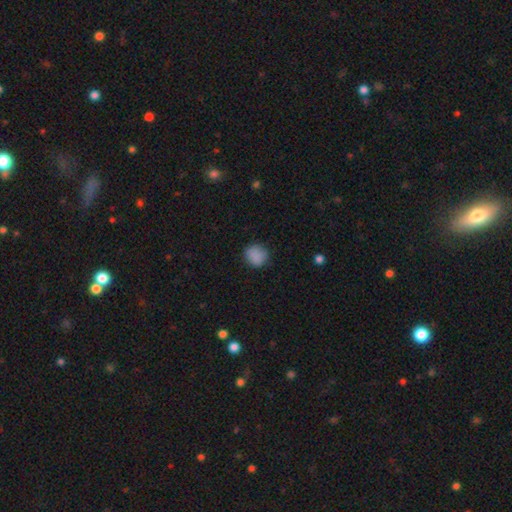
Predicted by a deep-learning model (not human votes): The model was most divided on "merging": none: 83%, minor disturbance: 12%, major disturbance: 3%, merger: 1%. More confident: smooth or featured — smooth (87%); how rounded — round (85%).